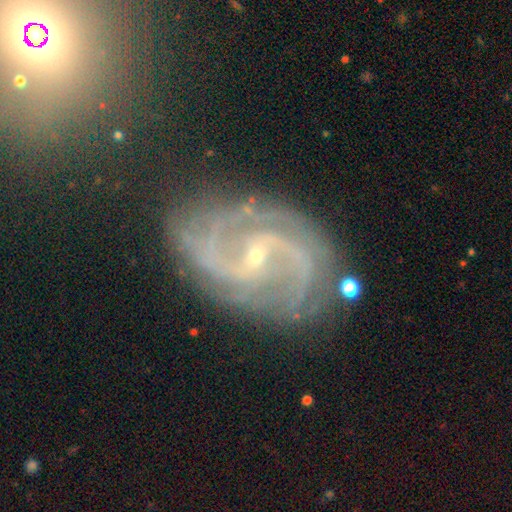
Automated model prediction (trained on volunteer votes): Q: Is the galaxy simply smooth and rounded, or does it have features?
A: featured or disk — 91%.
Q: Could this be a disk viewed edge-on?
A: no — 98%.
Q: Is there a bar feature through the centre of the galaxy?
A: weak — 43%.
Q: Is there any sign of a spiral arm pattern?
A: yes — 98%.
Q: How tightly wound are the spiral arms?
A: medium — 53%.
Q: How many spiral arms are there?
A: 2 — 71%.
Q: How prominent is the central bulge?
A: small — 82%.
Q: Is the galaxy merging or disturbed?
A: none — 72%.